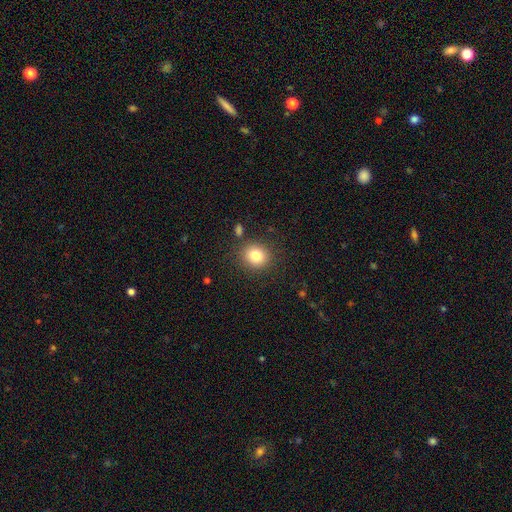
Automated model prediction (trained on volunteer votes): Morphology: type=smooth (81%); roundness=round (82%); merging=none (86%).